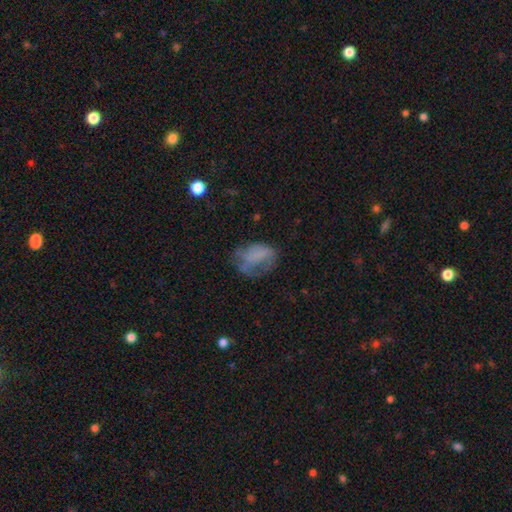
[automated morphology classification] Smooth or featured? Predicted: smooth (p=0.54). How rounded? Predicted: in between (p=0.70). Merging? Predicted: none (p=0.38).